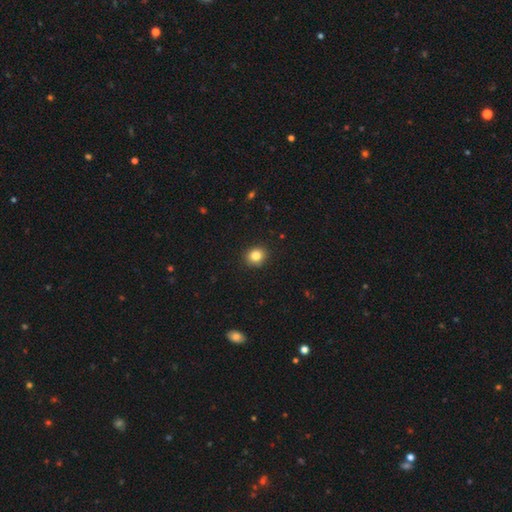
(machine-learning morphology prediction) smooth_or_featured: smooth (p=0.84) [alt: star or artifact p=0.11]
how_rounded: round (p=0.79) [alt: in between p=0.20]
merging: none (p=0.91) [alt: minor disturbance p=0.06]